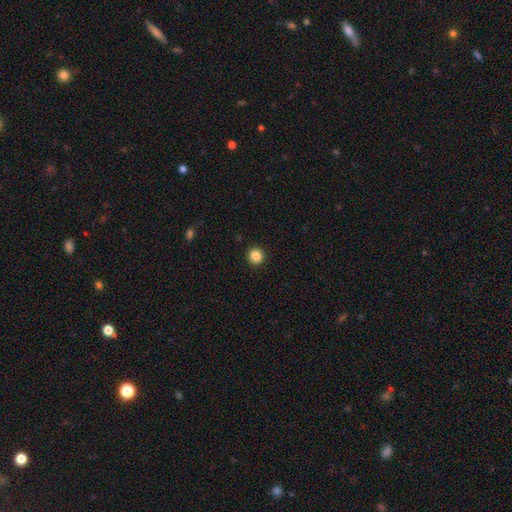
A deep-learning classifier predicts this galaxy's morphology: smooth-or-featured: smooth: 86% | star or artifact: 11% | featured or disk: 3%
  how-rounded: round: 94% | in between: 5% | cigar-shaped: 1%
  merging: none: 93% | minor disturbance: 4% | major disturbance: 2% | merger: 1%